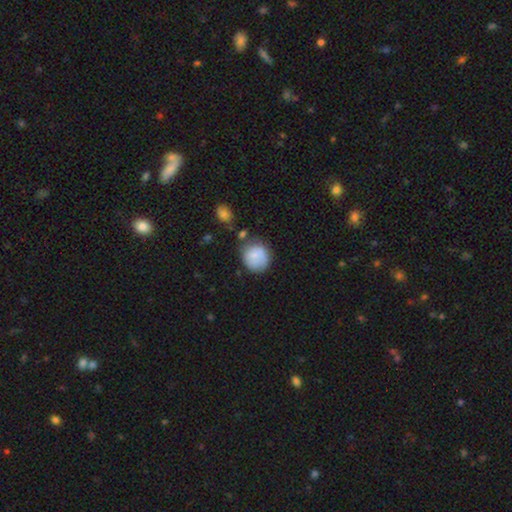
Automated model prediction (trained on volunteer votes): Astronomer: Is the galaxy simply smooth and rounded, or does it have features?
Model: smooth — 78%.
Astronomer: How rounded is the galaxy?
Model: round — 84%.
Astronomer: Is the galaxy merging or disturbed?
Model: none — 61%.